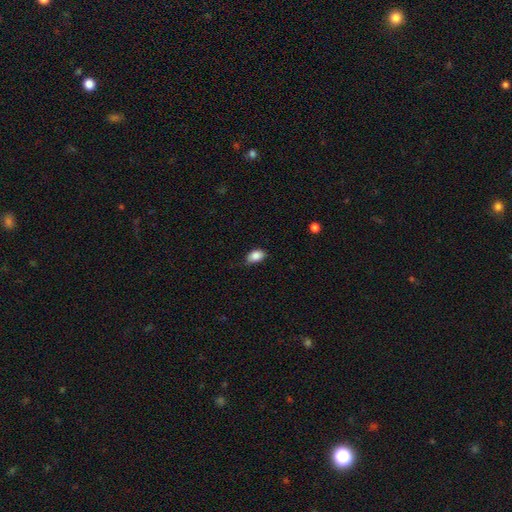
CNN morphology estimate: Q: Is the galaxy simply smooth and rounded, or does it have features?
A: smooth — 87%.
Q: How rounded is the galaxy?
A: in between — 89%.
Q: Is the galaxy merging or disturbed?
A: none — 73%.